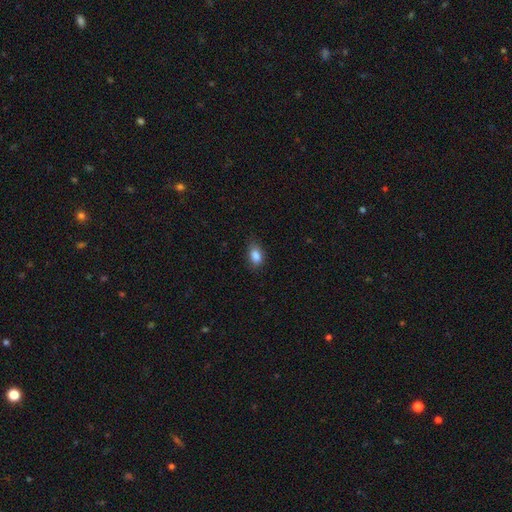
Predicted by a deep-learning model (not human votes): Morphology: type=smooth (86%); roundness=in between (86%); merging=none (76%).